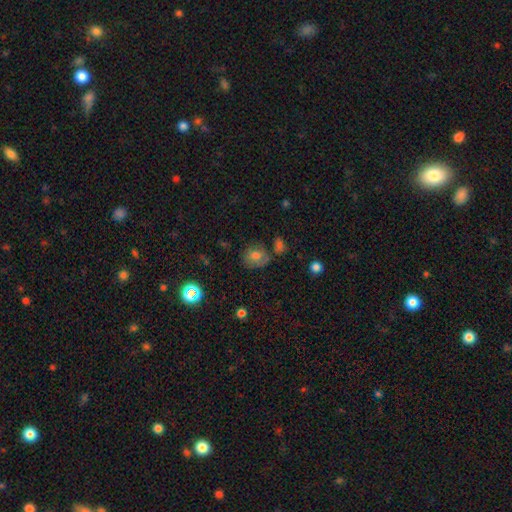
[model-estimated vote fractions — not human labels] Morphology: type=smooth (69%); roundness=round (57%); merging=none (56%).